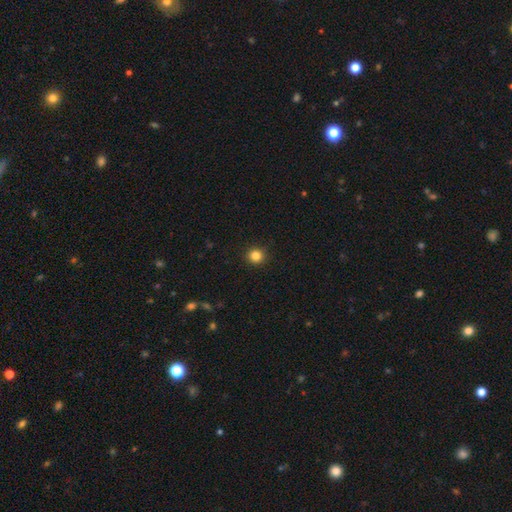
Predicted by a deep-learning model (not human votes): Q: Smooth or featured?
A: smooth (84%); runner-up: star or artifact (12%)
Q: How rounded?
A: round (94%); runner-up: in between (5%)
Q: Merging?
A: none (92%); runner-up: minor disturbance (5%)